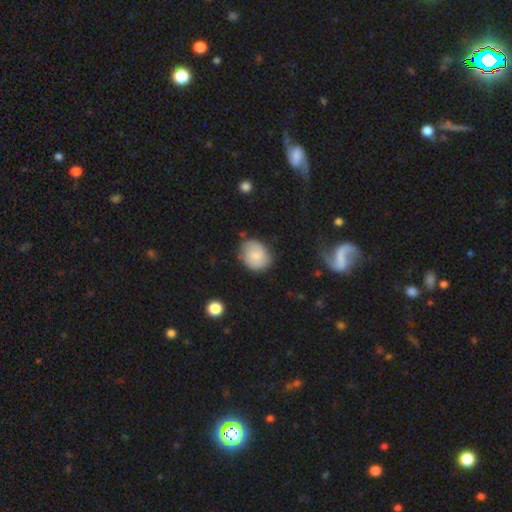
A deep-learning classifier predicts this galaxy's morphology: smooth_or_featured: smooth (p=0.72) [alt: featured or disk p=0.20]
how_rounded: round (p=0.56) [alt: in between p=0.43]
merging: none (p=0.73) [alt: minor disturbance p=0.20]